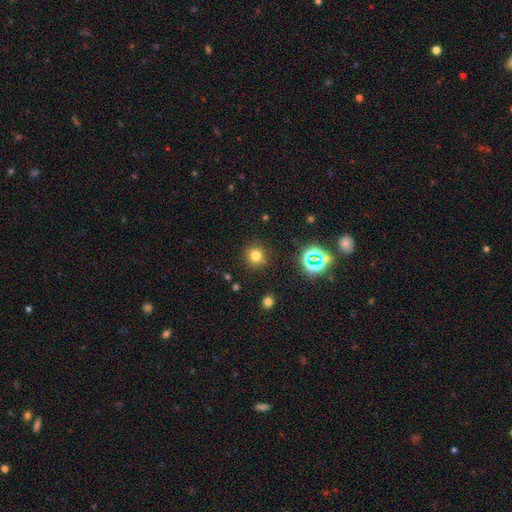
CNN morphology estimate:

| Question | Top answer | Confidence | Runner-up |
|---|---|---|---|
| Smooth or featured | smooth | 74% | star or artifact (20%) |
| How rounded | round | 90% | in between (9%) |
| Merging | none | 86% | minor disturbance (8%) |